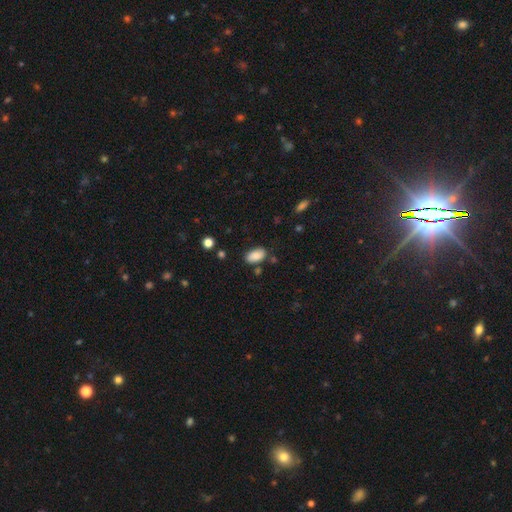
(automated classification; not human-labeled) smooth 84%, featured or disk 8%, star or artifact 8%. Down the decision tree: how rounded — in between (93%); merging — none (76%).